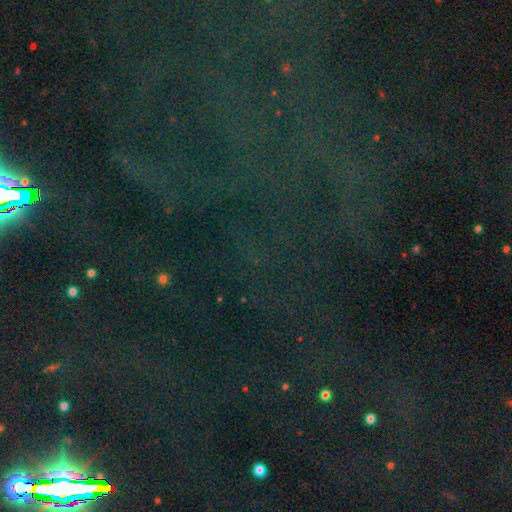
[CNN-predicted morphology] Smooth or featured? Predicted: star or artifact (p=0.84).